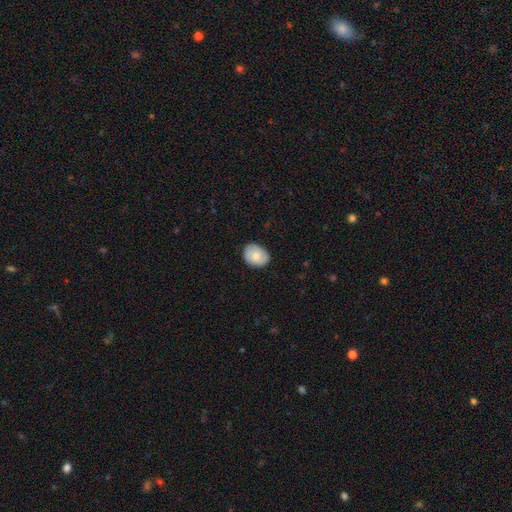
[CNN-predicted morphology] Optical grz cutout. It shows a smooth galaxy with no disk features (77%) that is in between round and cigar-shaped (62%). Merging: none (81%).